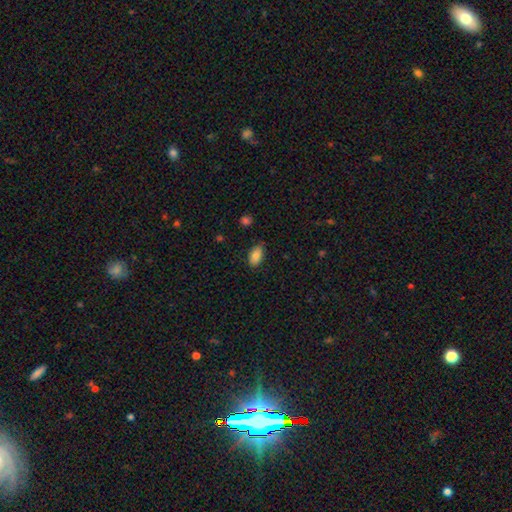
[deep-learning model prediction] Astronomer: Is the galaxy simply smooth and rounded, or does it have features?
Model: smooth — 84%.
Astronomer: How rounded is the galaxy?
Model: in between — 92%.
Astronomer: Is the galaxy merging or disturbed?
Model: none — 80%.